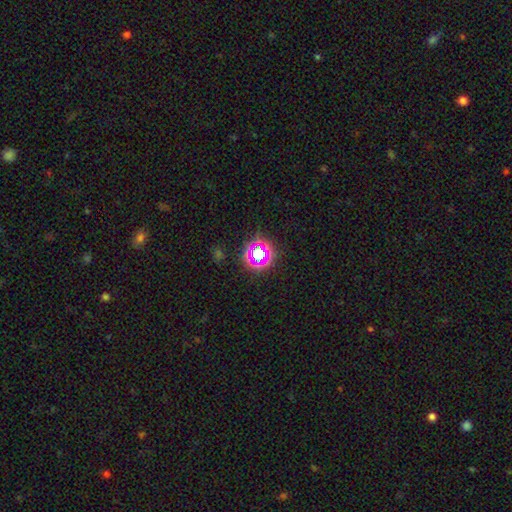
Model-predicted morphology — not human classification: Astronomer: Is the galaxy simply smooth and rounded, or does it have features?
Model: star or artifact — 61%.